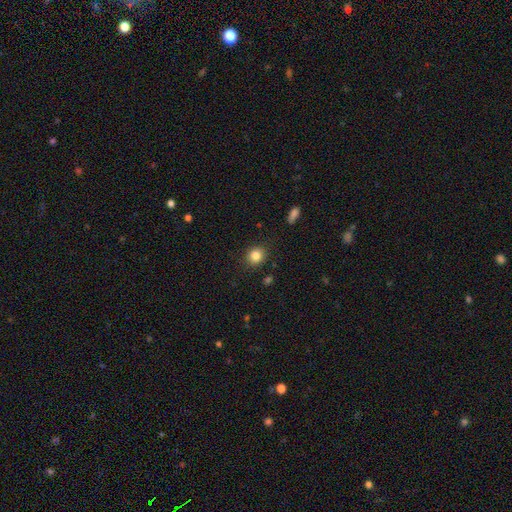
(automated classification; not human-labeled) Q: Smooth or featured?
A: smooth (84%); runner-up: star or artifact (11%)
Q: How rounded?
A: round (79%); runner-up: in between (20%)
Q: Merging?
A: none (87%); runner-up: minor disturbance (9%)